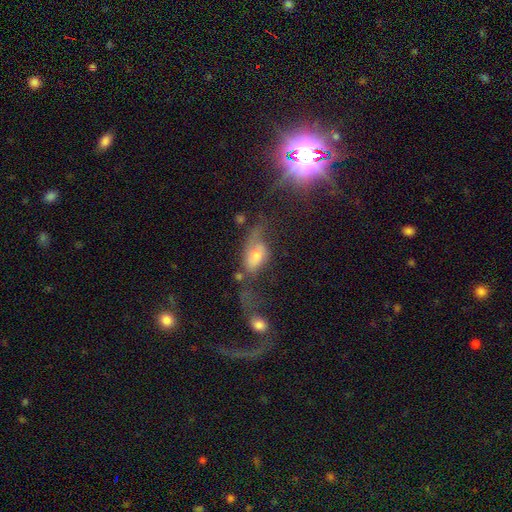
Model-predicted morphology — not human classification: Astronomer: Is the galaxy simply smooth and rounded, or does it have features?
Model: smooth — 46% (runner-up: featured or disk, 37%).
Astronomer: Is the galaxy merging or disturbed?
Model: major disturbance — 39% (runner-up: none, 23%).